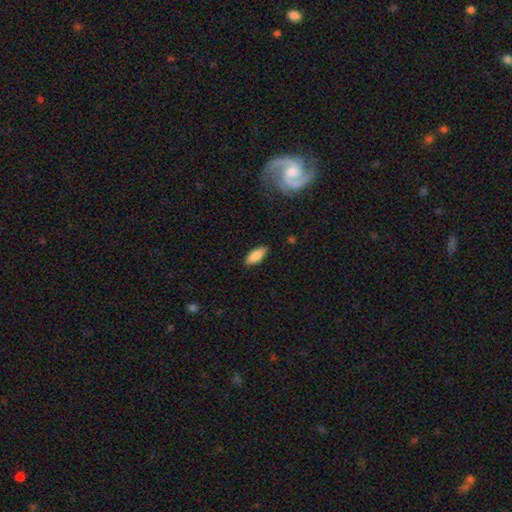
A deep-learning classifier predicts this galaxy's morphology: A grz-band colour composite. It shows a smooth galaxy with no disk features (84%) that is in between round and cigar-shaped (74%). Merging: none (85%).